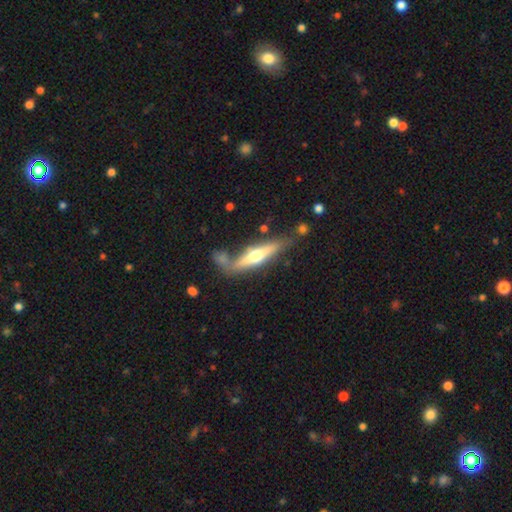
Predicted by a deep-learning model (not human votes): Smooth or featured?
  - featured or disk: 57% *
  - smooth: 37%
  - star or artifact: 6%
Edge-on disk?
  - yes: 91% *
  - no: 9%
Edge-on bulge?
  - rounded: 91% *
  - none: 5%
  - boxy: 4%
Merging?
  - none: 61% *
  - minor disturbance: 18%
  - merger: 15%
  - major disturbance: 6%